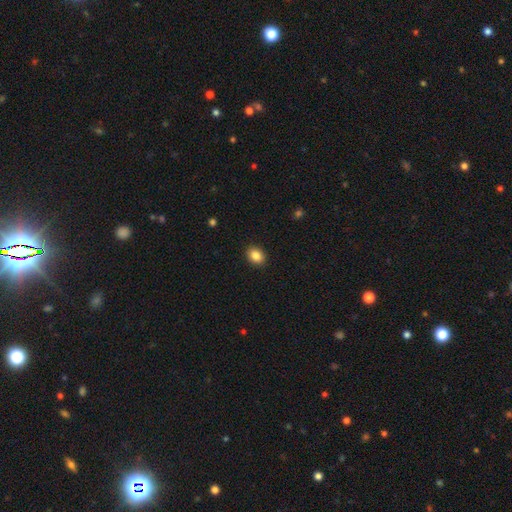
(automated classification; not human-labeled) smooth-or-featured: smooth: 86% | star or artifact: 9% | featured or disk: 5%
  how-rounded: in between: 57% | round: 42% | cigar-shaped: 1%
  merging: none: 91% | minor disturbance: 6% | major disturbance: 2% | merger: 1%